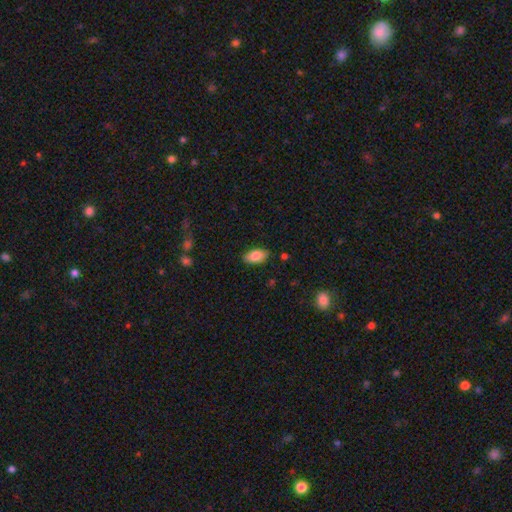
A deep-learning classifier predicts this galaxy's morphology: This is clearly a smooth galaxy (83%). How rounded: clearly in between (92%). Merging: clearly none (86%).